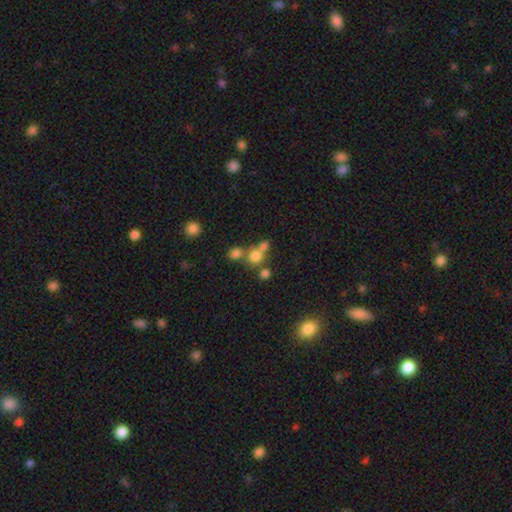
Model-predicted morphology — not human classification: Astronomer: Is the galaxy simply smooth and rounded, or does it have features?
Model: smooth — 72%.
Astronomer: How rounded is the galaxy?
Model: round — 86%.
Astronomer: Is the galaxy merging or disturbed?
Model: none — 49% (runner-up: merger, 40%).